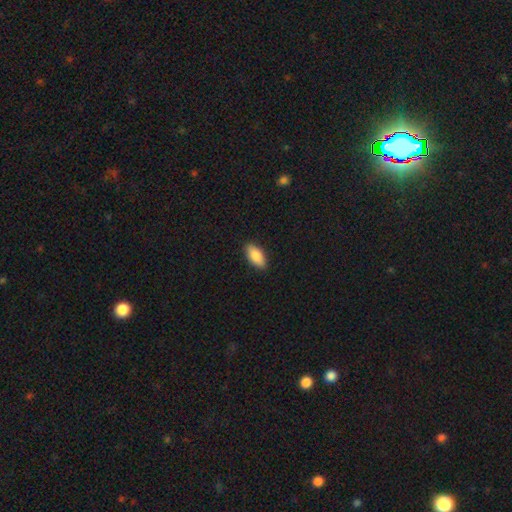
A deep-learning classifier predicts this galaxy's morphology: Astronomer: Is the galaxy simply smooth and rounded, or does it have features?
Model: smooth — 88%.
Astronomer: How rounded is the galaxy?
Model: in between — 90%.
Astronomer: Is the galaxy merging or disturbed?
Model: none — 88%.